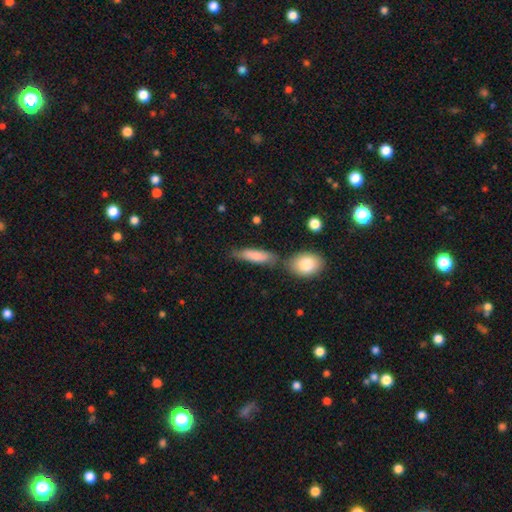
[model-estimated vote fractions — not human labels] smooth 76%, featured or disk 18%, star or artifact 7%. Down the decision tree: how rounded — cigar-shaped (56%); merging — none (59%).